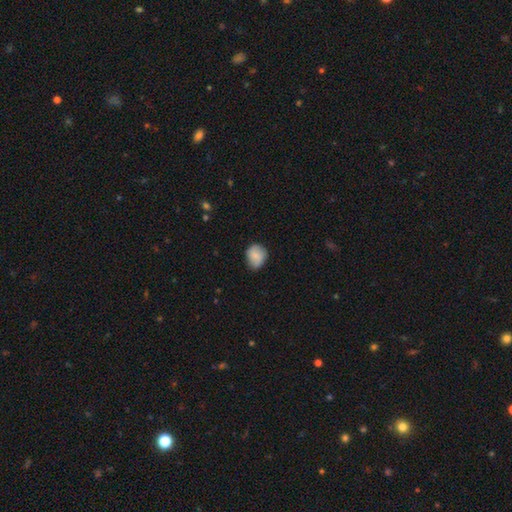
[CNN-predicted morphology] type=smooth (83%); roundness=round (65%); merging=none (65%).